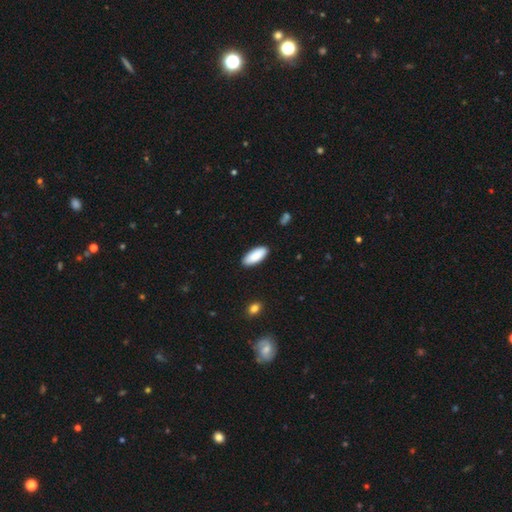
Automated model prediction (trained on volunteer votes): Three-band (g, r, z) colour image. It shows a smooth galaxy with no disk features (90%) that is in between round and cigar-shaped (81%). Merging: none (89%).